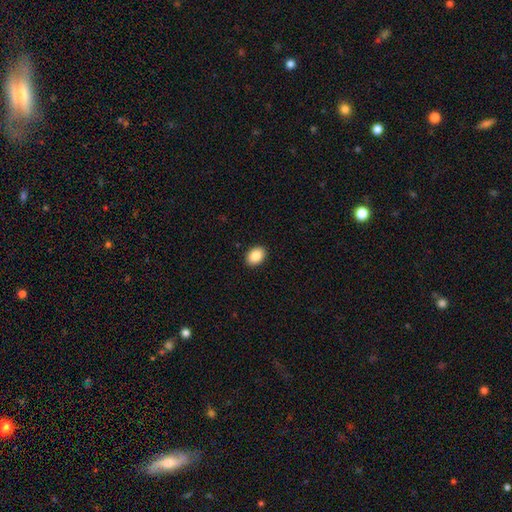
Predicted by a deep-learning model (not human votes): A smooth galaxy with no disk features (87%) that is in between round and cigar-shaped (76%).

Vote fractions:
- Smooth or featured? smooth: 87% / star or artifact: 8% / featured or disk: 5%
- How rounded? in between: 76% / round: 23% / cigar-shaped: 1%
- Merging? none: 91% / minor disturbance: 6% / major disturbance: 2% / merger: 1%